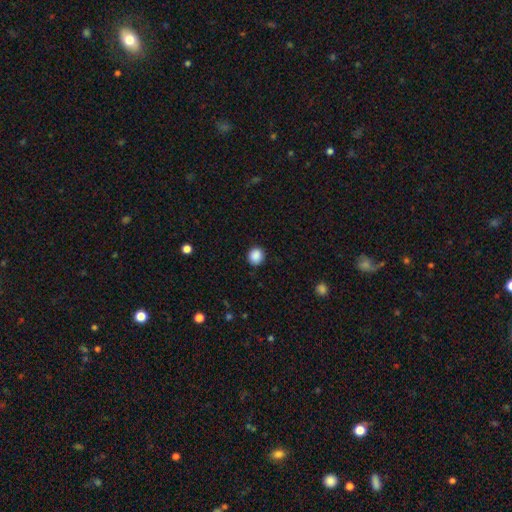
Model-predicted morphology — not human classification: smooth 88%, star or artifact 9%, featured or disk 2%. Down the decision tree: how rounded — round (86%); merging — none (90%).